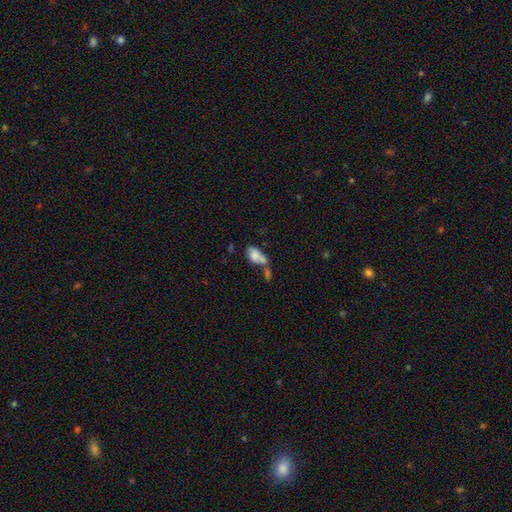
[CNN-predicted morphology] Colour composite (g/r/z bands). It shows a smooth galaxy with no disk features (71%) that is in between round and cigar-shaped (84%). Merging: merger (58%).